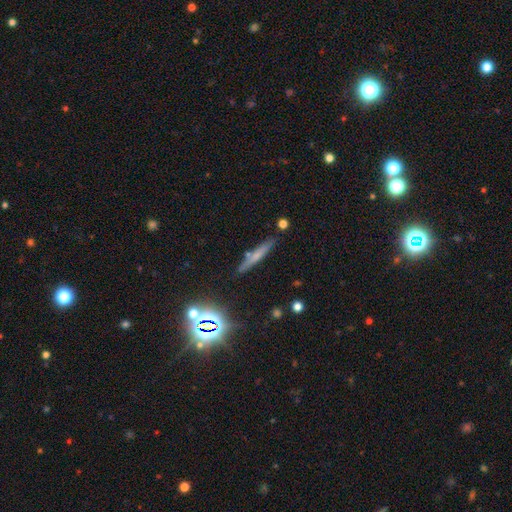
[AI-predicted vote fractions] smooth 53%, featured or disk 33%, star or artifact 15%. Down the decision tree: how rounded — cigar-shaped (91%); merging — none (81%).